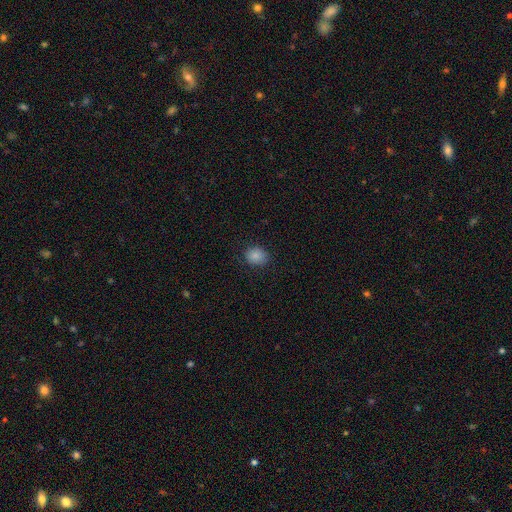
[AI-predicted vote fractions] Q: Smooth or featured?
A: smooth (86%); runner-up: star or artifact (10%)
Q: How rounded?
A: round (55%); runner-up: in between (44%)
Q: Merging?
A: none (82%); runner-up: minor disturbance (14%)